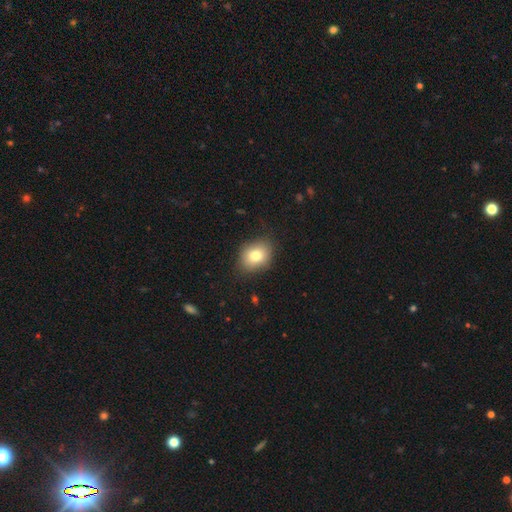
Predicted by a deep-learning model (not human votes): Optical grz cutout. It shows a smooth galaxy with no disk features (78%) that is round (52%). Merging: none (81%).